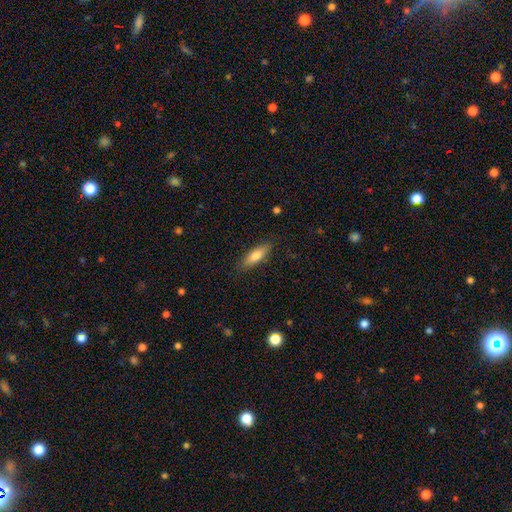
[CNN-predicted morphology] smooth_or_featured: smooth (p=0.76) [alt: featured or disk p=0.18]
how_rounded: in between (p=0.56) [alt: cigar-shaped p=0.42]
merging: none (p=0.85) [alt: minor disturbance p=0.11]